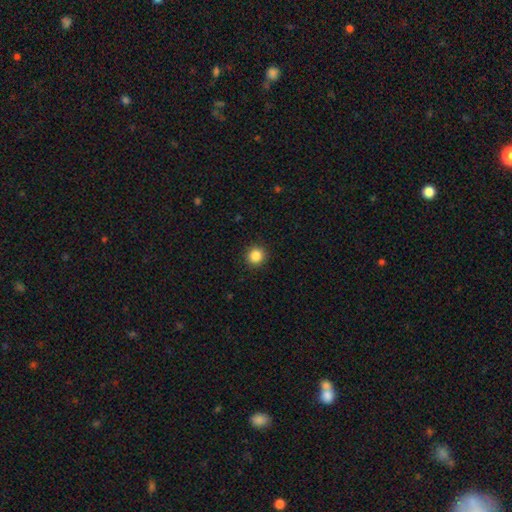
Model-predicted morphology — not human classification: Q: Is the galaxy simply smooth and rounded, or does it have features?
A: smooth — 86%.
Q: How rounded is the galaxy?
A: round — 93%.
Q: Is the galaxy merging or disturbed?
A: none — 92%.